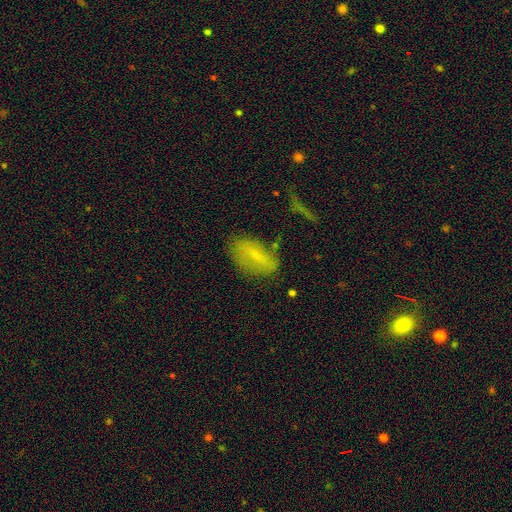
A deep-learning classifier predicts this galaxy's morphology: Overall: smooth (61%; featured or disk 28%). How rounded: in between (86%). Merging: none (69%).